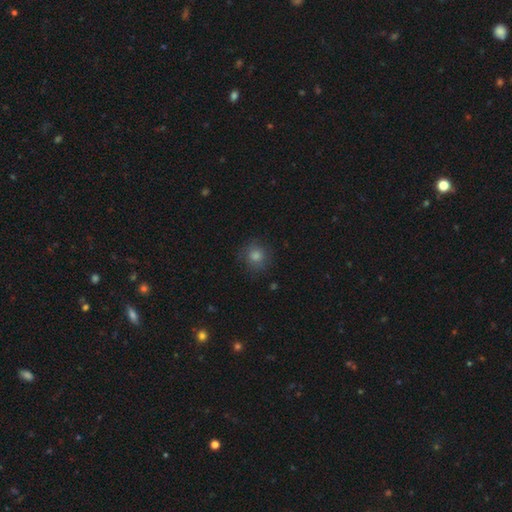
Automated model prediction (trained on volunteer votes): Overall: smooth (72%). How rounded: round (90%). Merging: none (84%).